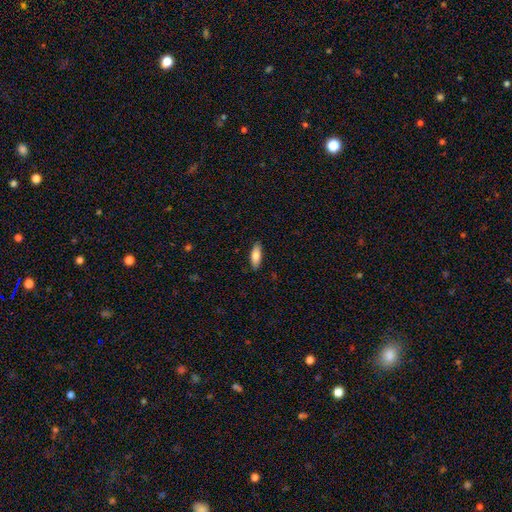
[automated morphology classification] This appears to be a smooth galaxy with no disk features (85%) that is in between round and cigar-shaped (72%). Merging: none (86%).